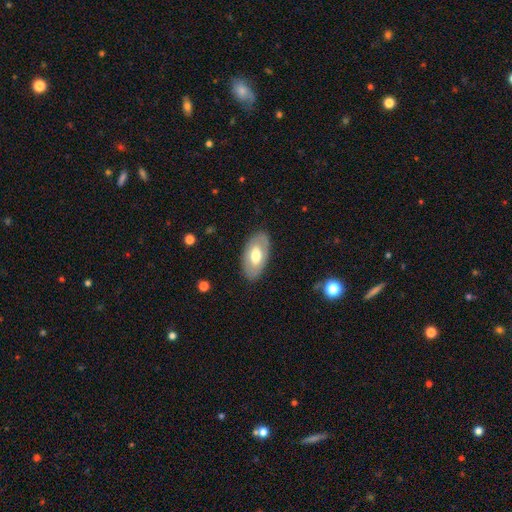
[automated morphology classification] Overall: smooth (51%; featured or disk 43%). How rounded: in between (93%). Merging: none (84%).